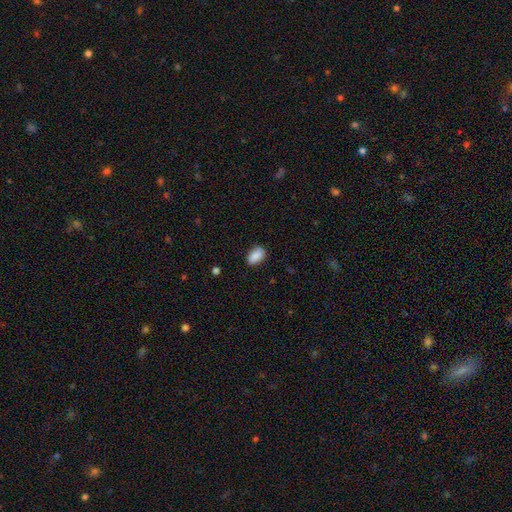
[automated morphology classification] Smooth or featured? Predicted: smooth (p=0.87). How rounded? Predicted: in between (p=0.91). Merging? Predicted: none (p=0.84).